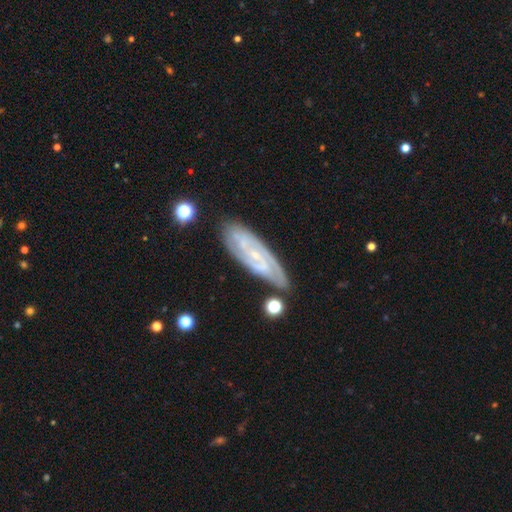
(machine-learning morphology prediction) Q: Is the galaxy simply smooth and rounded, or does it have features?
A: featured or disk — 82%.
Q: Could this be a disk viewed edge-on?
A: no — 87%.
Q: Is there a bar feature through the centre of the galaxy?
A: no — 54%.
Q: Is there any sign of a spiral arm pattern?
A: yes — 94%.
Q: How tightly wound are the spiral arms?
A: tight — 61%.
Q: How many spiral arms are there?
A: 2 — 45%.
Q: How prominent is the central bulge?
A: small — 79%.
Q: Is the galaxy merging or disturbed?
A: none — 78%.